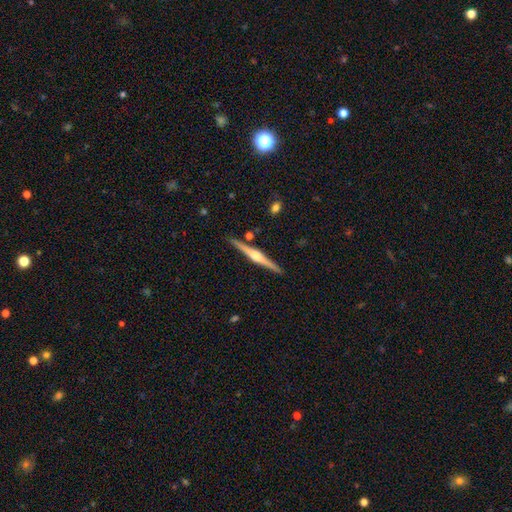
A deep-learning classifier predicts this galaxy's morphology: type=featured or disk (79%); edge-on=yes (98%); edge-on bulge=rounded (85%); merging=none (90%).